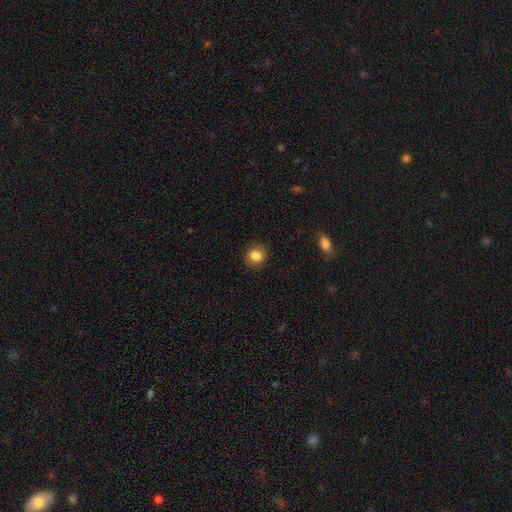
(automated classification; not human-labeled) This appears to be a smooth galaxy with no disk features (85%) that is round (83%). Merging: none (88%).